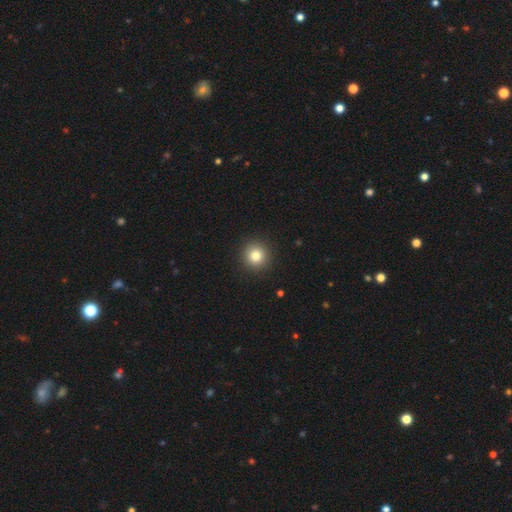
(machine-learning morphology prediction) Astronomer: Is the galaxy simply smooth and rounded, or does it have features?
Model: smooth — 82%.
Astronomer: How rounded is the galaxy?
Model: round — 95%.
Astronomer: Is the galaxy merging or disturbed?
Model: none — 92%.